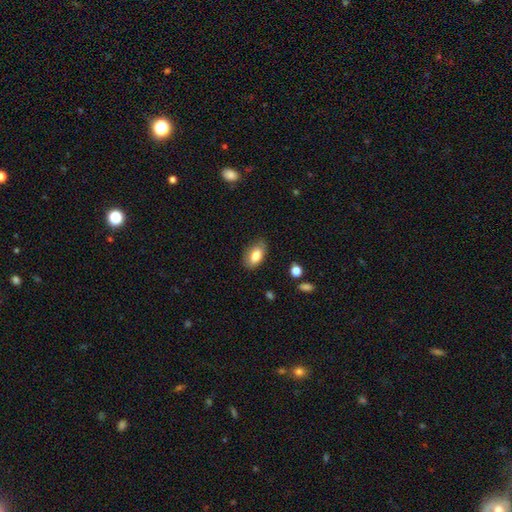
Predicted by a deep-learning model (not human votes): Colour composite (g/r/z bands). It shows a smooth galaxy with no disk features (79%) that is in between round and cigar-shaped (92%). Merging: none (81%).